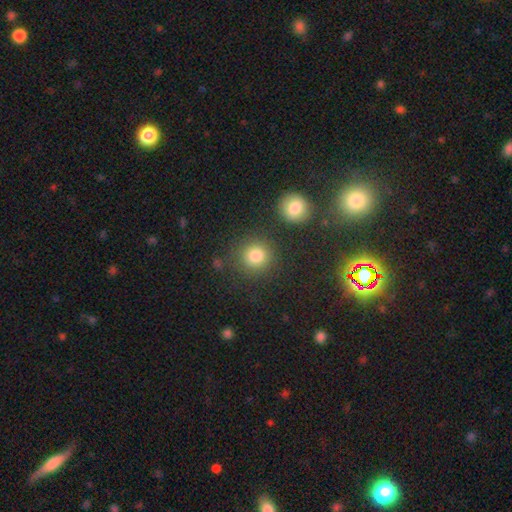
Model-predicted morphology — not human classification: smooth 82%, star or artifact 12%, featured or disk 6%. Down the decision tree: how rounded — round (89%); merging — none (81%).